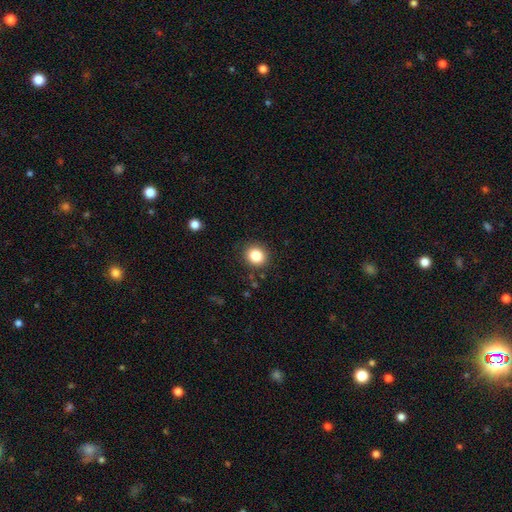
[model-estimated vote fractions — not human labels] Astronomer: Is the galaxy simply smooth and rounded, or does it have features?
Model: smooth — 85%.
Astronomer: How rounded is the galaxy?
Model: round — 79%.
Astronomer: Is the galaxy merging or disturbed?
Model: none — 88%.